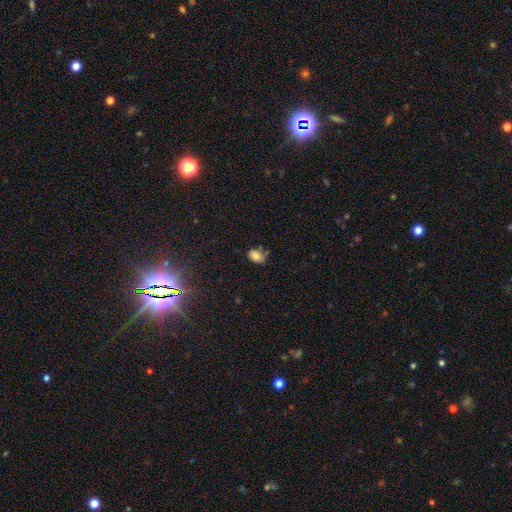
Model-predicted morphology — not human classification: The model was most divided on "merging": none: 60%, minor disturbance: 28%, major disturbance: 7%, merger: 6%. More confident: smooth or featured — smooth (78%); how rounded — in between (78%).